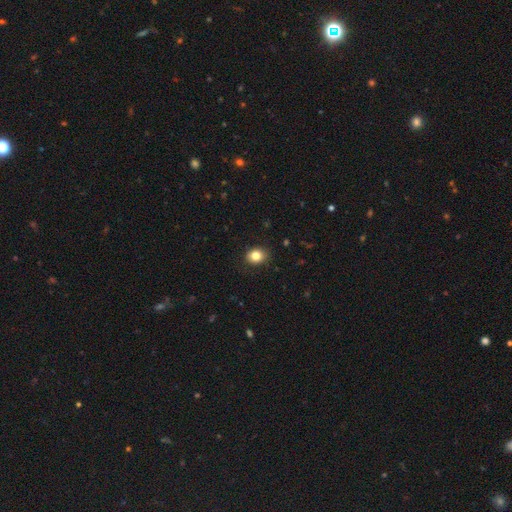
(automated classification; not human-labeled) This is clearly a smooth galaxy (83%). How rounded: possibly round (56%). Merging: clearly none (88%).